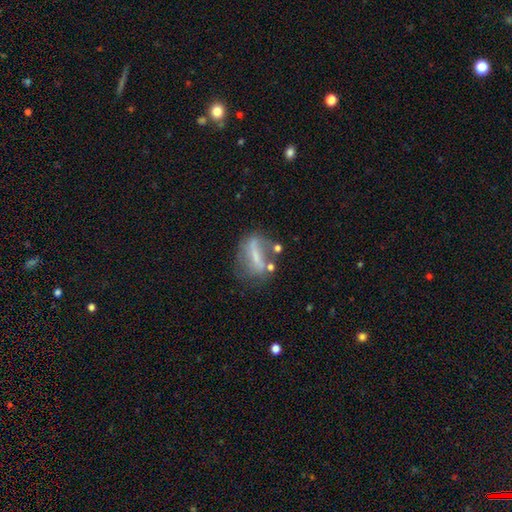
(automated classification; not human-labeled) Smooth or featured: featured or disk — 54% (smooth — 34%)
Edge-on disk: no — 85% (yes — 15%)
Merging: none — 46% (minor disturbance — 23%)